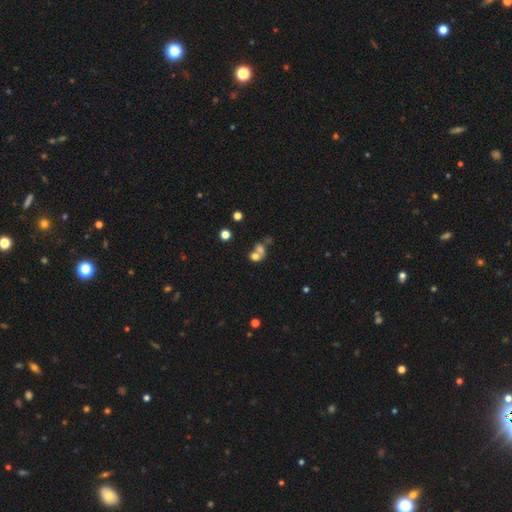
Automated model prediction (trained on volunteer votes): The model was most divided on "how rounded": round: 57%, in between: 42%, cigar-shaped: 2%. More confident: smooth or featured — smooth (65%); merging — merger (61%).